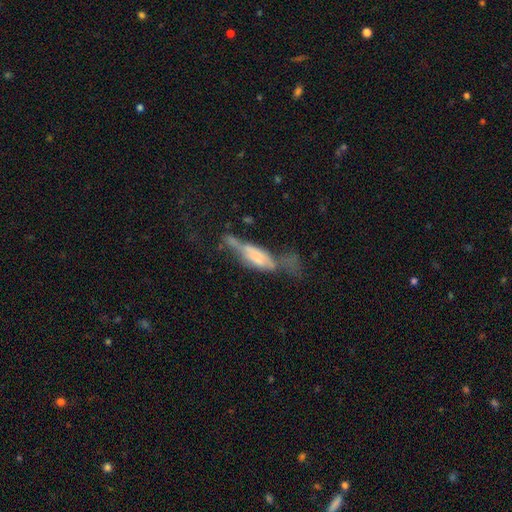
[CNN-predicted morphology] Smooth or featured? Predicted: featured or disk (p=0.50). Edge-on disk? Predicted: yes (p=0.58). Merging? Predicted: major disturbance (p=0.36).